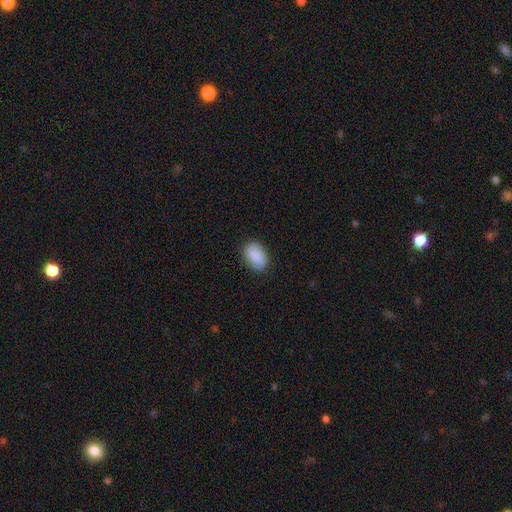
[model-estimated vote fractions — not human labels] A smooth galaxy with no disk features (77%) that is in between round and cigar-shaped (86%). Merging: none (82%).